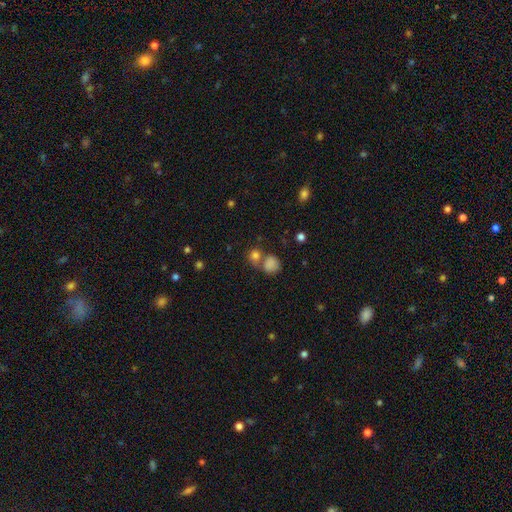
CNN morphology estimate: Smooth or featured? Predicted: smooth (p=0.78). How rounded? Predicted: round (p=0.80). Merging? Predicted: none (p=0.45).